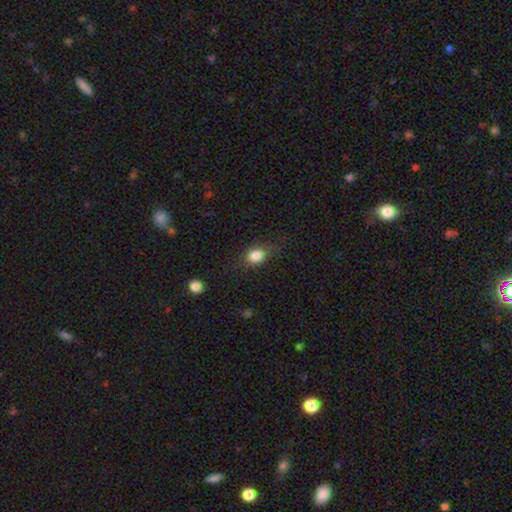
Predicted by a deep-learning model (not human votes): A smooth galaxy with no disk features (83%) that is in between round and cigar-shaped (55%).

Vote fractions:
- Smooth or featured? smooth: 83% / star or artifact: 10% / featured or disk: 7%
- How rounded? in between: 55% / round: 43% / cigar-shaped: 2%
- Merging? none: 70% / minor disturbance: 20% / major disturbance: 8% / merger: 1%